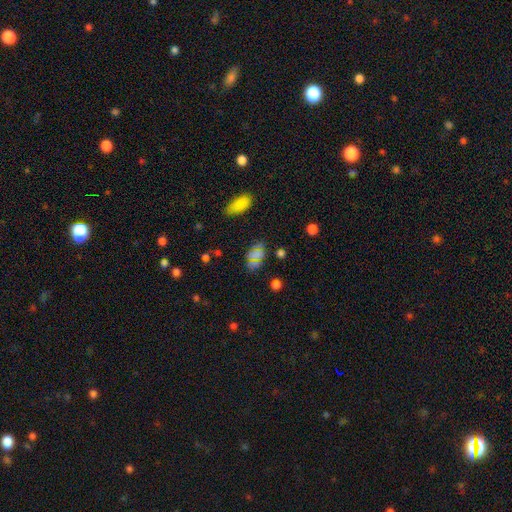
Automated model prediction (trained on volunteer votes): Overall: smooth (60%; star or artifact 29%). How rounded: in between (71%). Merging: none (77%).